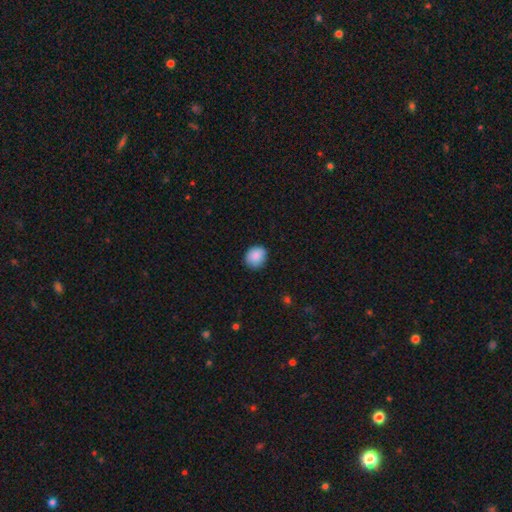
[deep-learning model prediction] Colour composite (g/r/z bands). It shows a smooth galaxy with no disk features (88%) that is round (75%). Merging: none (85%).